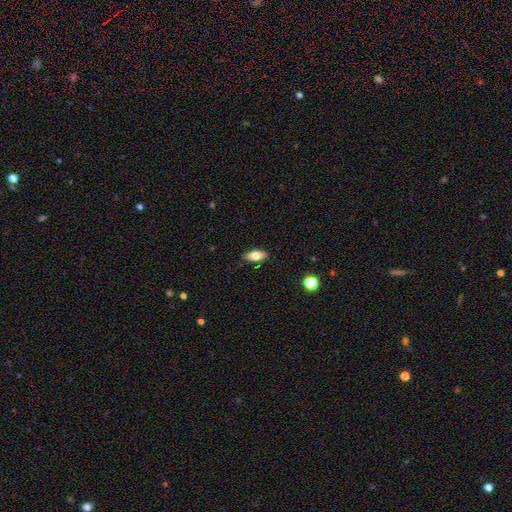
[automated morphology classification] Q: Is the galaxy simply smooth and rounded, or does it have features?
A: smooth — 69%.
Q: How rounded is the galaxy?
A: in between — 79%.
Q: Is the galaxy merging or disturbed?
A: none — 88%.